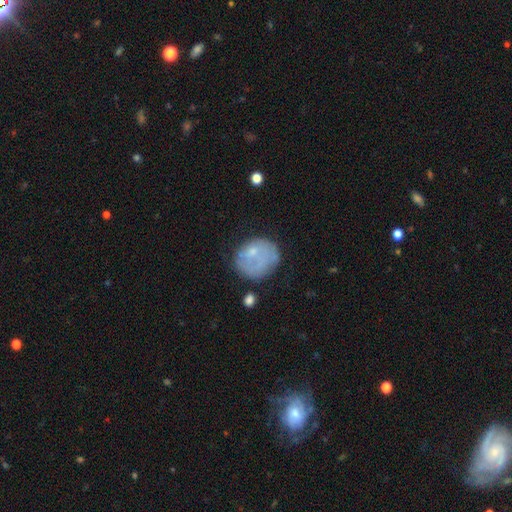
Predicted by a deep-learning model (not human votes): smooth 58%, featured or disk 32%, star or artifact 9%. Down the decision tree: how rounded — round (73%); merging — none (55%).